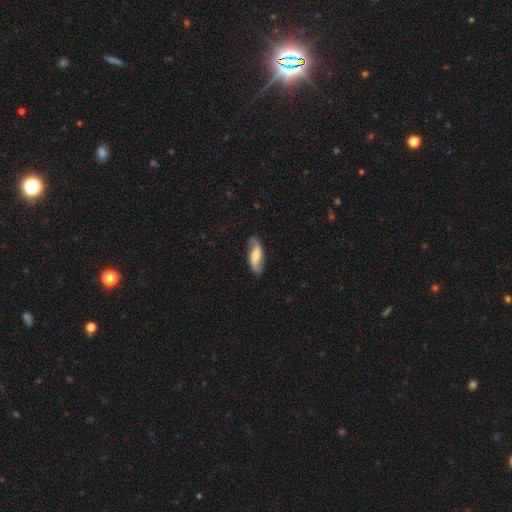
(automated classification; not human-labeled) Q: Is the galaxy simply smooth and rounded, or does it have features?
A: featured or disk — 72%.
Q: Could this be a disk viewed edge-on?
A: no — 92%.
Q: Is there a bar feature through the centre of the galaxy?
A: weak — 40%.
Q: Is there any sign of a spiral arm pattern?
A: yes — 93%.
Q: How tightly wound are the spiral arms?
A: loose — 52%.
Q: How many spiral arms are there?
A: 2 — 91%.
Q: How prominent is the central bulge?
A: moderate — 39%.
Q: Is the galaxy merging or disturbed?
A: none — 79%.